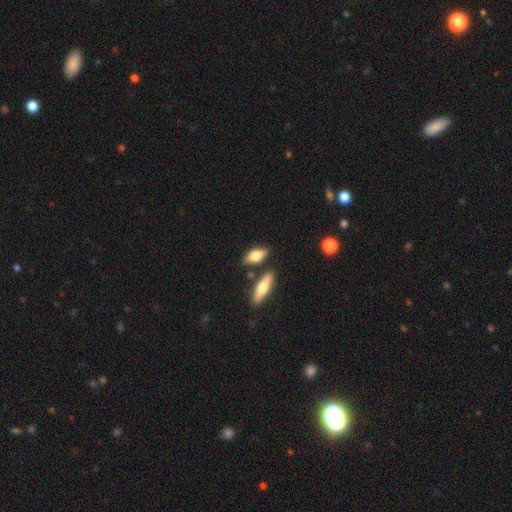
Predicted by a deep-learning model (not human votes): Smooth or featured: smooth — 61% (featured or disk — 32%)
How rounded: in between — 72% (cigar-shaped — 23%)
Merging: none — 73% (minor disturbance — 13%)